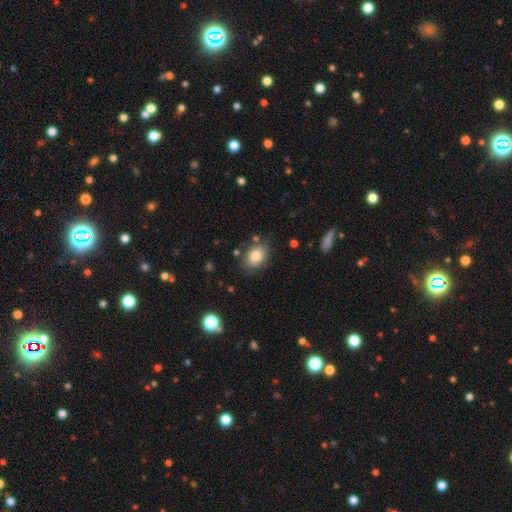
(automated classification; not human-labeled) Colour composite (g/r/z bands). It shows a smooth galaxy with no disk features (82%) that is in between round and cigar-shaped (74%). Merging: none (78%).